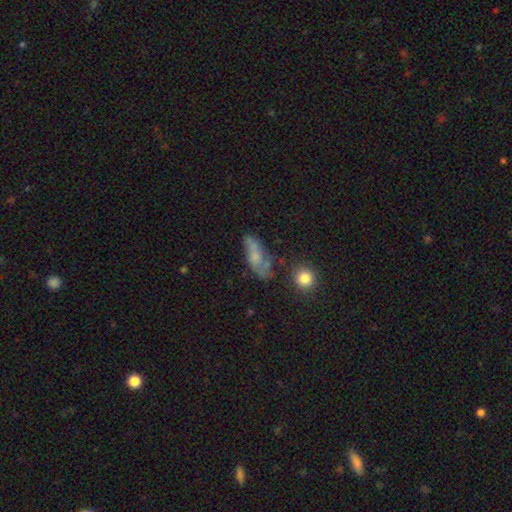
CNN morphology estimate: The model was most divided on "smooth or featured": smooth: 50%, featured or disk: 39%, star or artifact: 11%. More confident: how rounded — in between (64%); merging — none (51%).